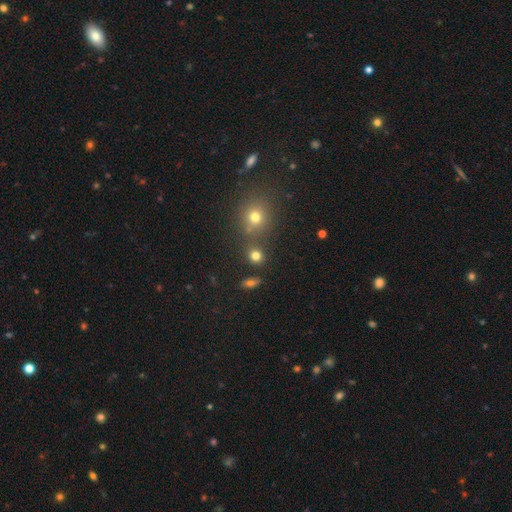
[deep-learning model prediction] smooth_or_featured: smooth (p=0.76) [alt: star or artifact p=0.17]
how_rounded: round (p=0.75) [alt: in between p=0.23]
merging: none (p=0.72) [alt: merger p=0.15]